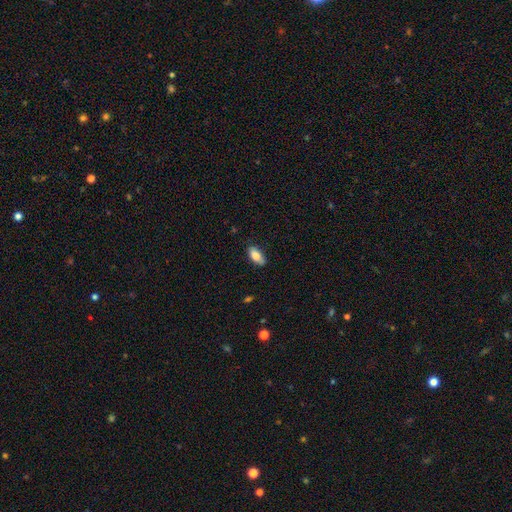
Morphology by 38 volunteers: smooth-or-featured: smooth: 82% | featured or disk: 13% | star or artifact: 5%
  how-rounded: in between: 90% | cigar-shaped: 10% | round: 0%
  merging: none: 81% | minor disturbance: 14% | major disturbance: 3% | merger: 3%